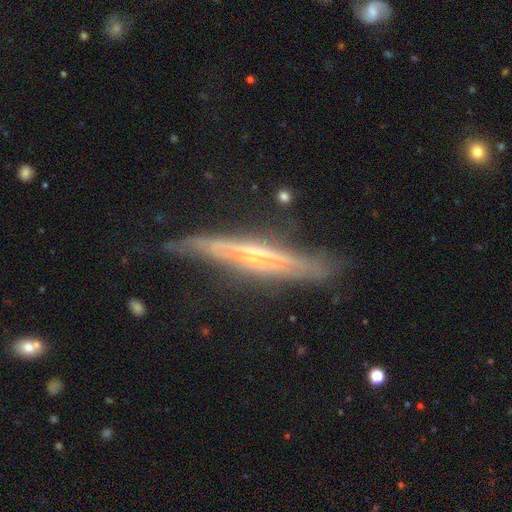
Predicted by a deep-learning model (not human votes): Smooth or featured? featured or disk (78%)
Edge-on disk? yes (93%)
Edge-on bulge? none (47%)
Merging? none (69%)